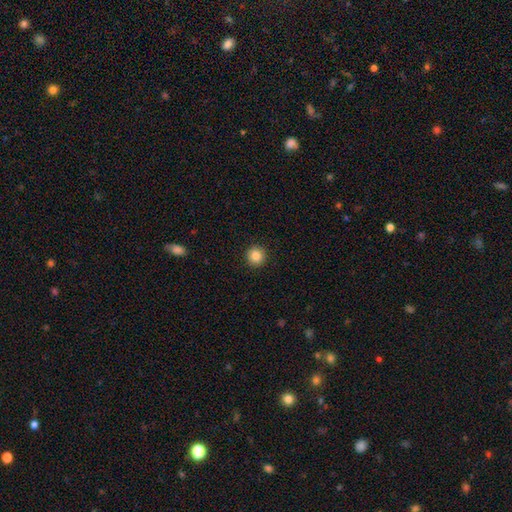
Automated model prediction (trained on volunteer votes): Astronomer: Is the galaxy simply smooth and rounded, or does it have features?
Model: smooth — 86%.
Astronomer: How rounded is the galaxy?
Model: round — 94%.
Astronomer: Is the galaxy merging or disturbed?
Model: none — 93%.